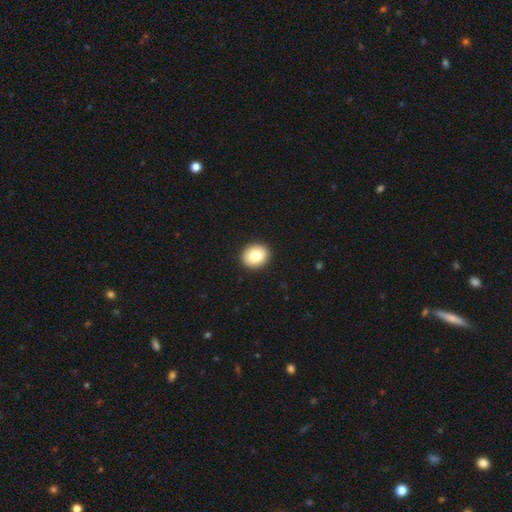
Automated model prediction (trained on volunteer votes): The model was most divided on "how rounded": round: 66%, in between: 34%, cigar-shaped: 1%. More confident: merging — none (92%); smooth or featured — smooth (81%).